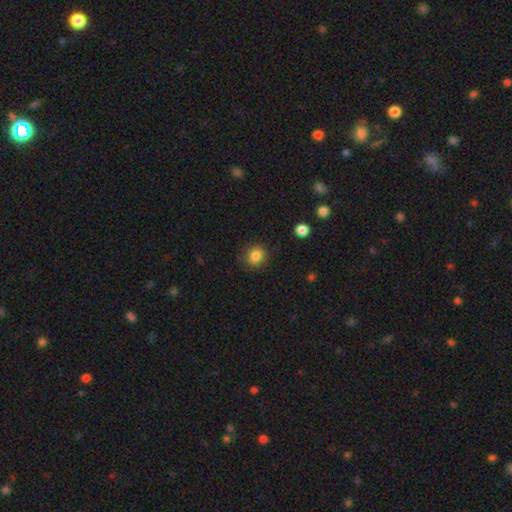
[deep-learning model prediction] smooth_or_featured: smooth (p=0.84) [alt: star or artifact p=0.10]
how_rounded: round (p=0.71) [alt: in between p=0.28]
merging: none (p=0.84) [alt: minor disturbance p=0.12]